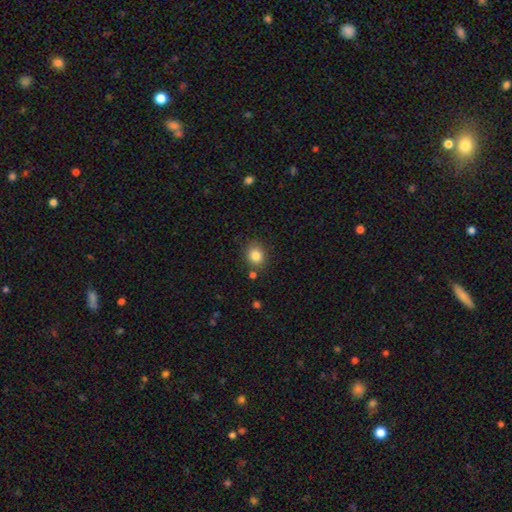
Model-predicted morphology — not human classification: A smooth galaxy with no disk features (83%) that is round (68%).

Vote fractions:
- Smooth or featured? smooth: 83% / star or artifact: 10% / featured or disk: 7%
- How rounded? round: 68% / in between: 32% / cigar-shaped: 1%
- Merging? none: 81% / minor disturbance: 11% / merger: 5% / major disturbance: 3%